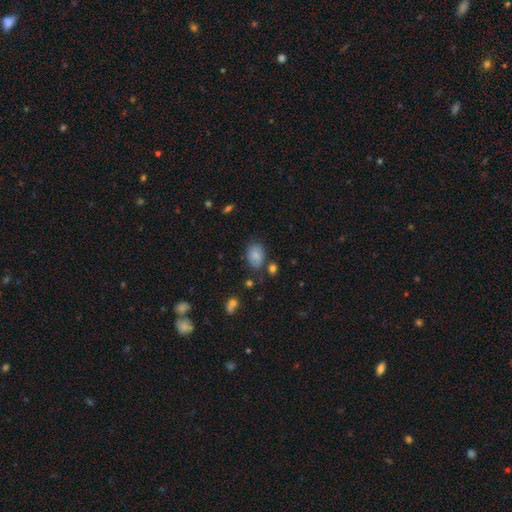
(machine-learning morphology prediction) Overall: smooth (73%). How rounded: in between (72%). Merging: none (68%).